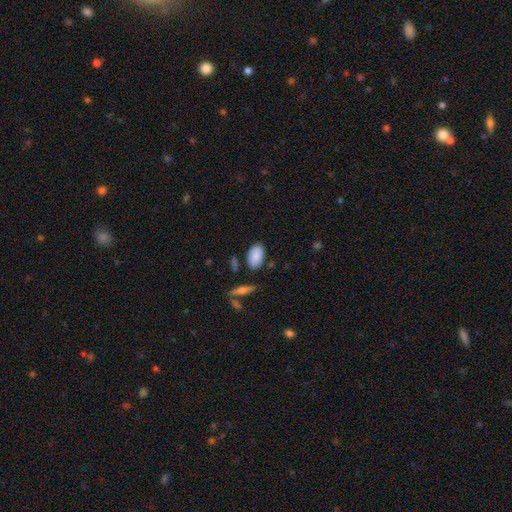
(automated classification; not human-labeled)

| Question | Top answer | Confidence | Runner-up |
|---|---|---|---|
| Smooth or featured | smooth | 86% | featured or disk (7%) |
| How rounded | in between | 94% | round (5%) |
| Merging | none | 80% | minor disturbance (13%) |